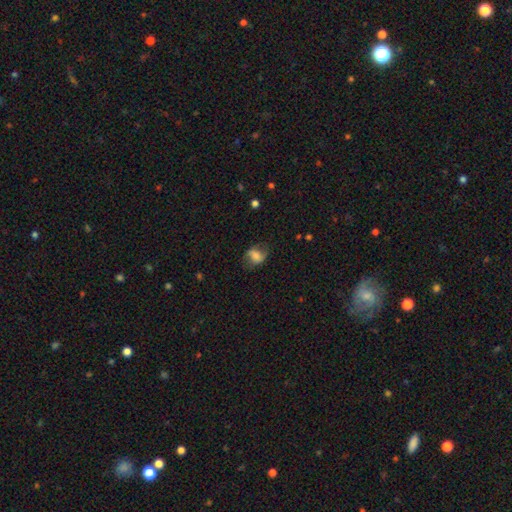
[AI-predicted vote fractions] A smooth galaxy with no disk features (63%) that is in between round and cigar-shaped (64%).

Vote fractions:
- Smooth or featured? smooth: 63% / featured or disk: 28% / star or artifact: 9%
- How rounded? in between: 64% / round: 35% / cigar-shaped: 2%
- Merging? none: 61% / minor disturbance: 24% / major disturbance: 14% / merger: 1%